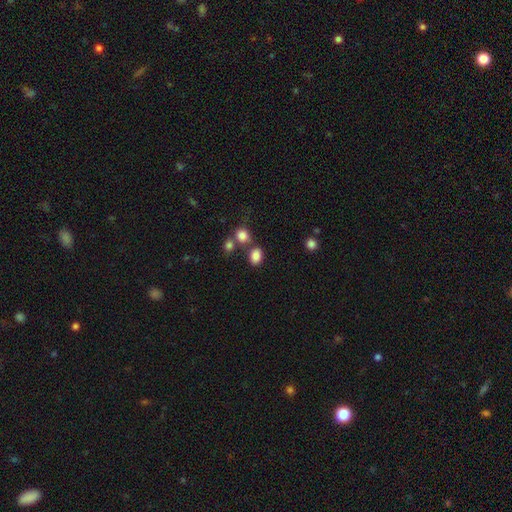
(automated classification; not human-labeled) Smooth or featured? smooth (84%)
How rounded? in between (67%)
Merging? none (65%)